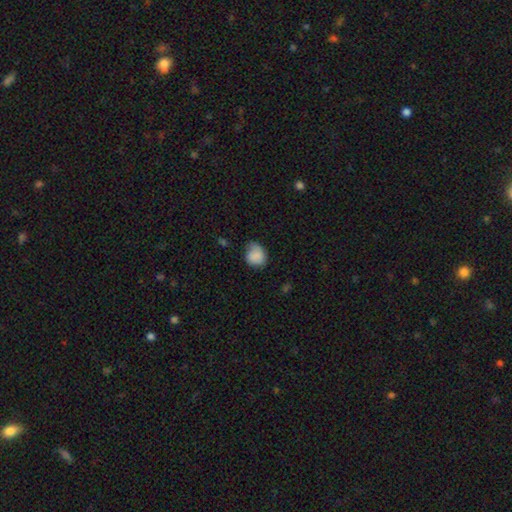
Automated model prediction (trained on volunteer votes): Smooth or featured?
  - smooth: 83% *
  - featured or disk: 9%
  - star or artifact: 8%
How rounded?
  - round: 61% *
  - in between: 38%
  - cigar-shaped: 1%
Merging?
  - none: 51% *
  - minor disturbance: 37%
  - major disturbance: 10%
  - merger: 2%